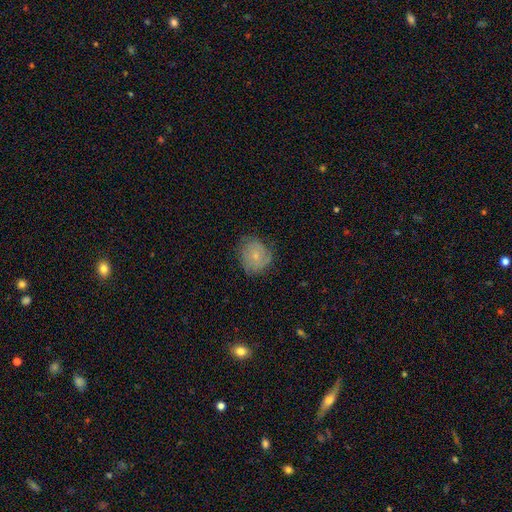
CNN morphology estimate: A smooth galaxy with no disk features (54%) that is round (75%). Merging: none (66%).